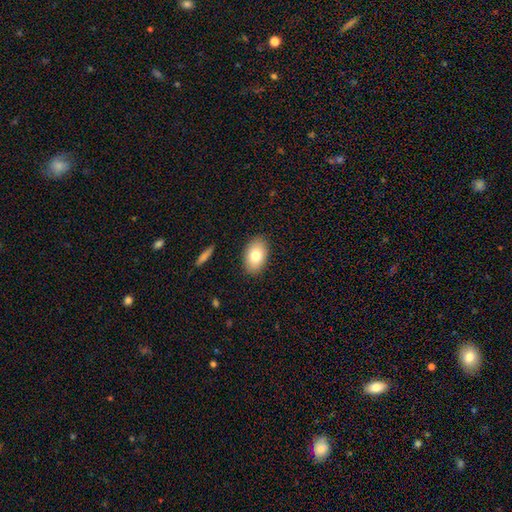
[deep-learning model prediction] smooth 78%, featured or disk 15%, star or artifact 7%. Down the decision tree: how rounded — in between (91%); merging — none (88%).